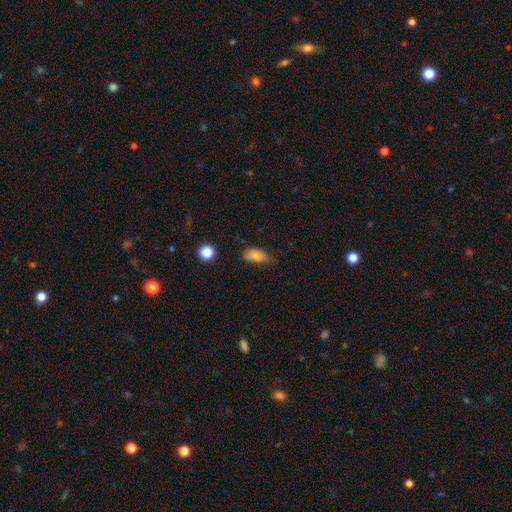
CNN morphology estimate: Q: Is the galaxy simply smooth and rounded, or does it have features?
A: smooth — 81%.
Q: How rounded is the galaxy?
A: in between — 87%.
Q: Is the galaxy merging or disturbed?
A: none — 59%.